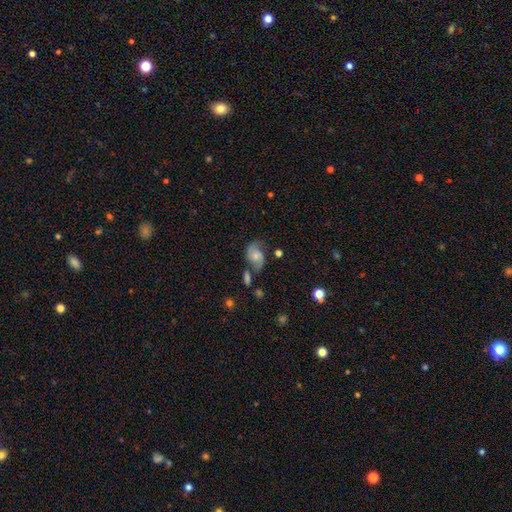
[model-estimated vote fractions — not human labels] Smooth or featured?
  - featured or disk: 66% *
  - smooth: 26%
  - star or artifact: 8%
Edge-on disk?
  - no: 97% *
  - yes: 3%
Bar?
  - no: 67% *
  - weak: 28%
  - strong: 5%
Spiral arms?
  - yes: 91% *
  - no: 9%
Spiral winding?
  - medium: 43% *
  - loose: 39%
  - tight: 18%
Spiral arm count?
  - 2: 87% *
  - can't tell: 6%
  - 1: 4%
  - 3: 1%
  - 4: 1%
  - more than 4: 1%
Bulge size?
  - small: 46% *
  - moderate: 41%
  - none: 8%
  - large: 4%
  - dominant: 1%
Merging?
  - none: 55% *
  - minor disturbance: 24%
  - major disturbance: 12%
  - merger: 9%